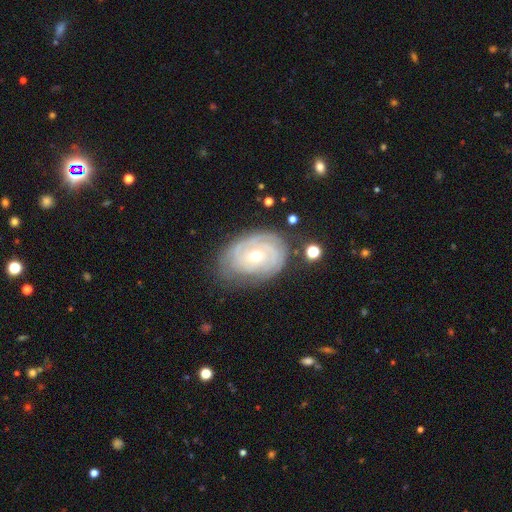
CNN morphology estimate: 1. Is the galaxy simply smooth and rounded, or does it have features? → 85% featured or disk, 9% smooth, 6% star or artifact.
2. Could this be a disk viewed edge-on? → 96% no, 4% yes.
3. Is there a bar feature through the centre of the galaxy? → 67% no, 27% weak, 7% strong.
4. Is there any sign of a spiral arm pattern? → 95% yes, 5% no.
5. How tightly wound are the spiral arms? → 80% tight, 17% medium, 4% loose.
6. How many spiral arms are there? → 32% can't tell, 26% 2, 23% 3, 9% 4, 5% 1, 5% more than 4.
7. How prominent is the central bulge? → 56% moderate, 41% small, 2% large, 1% none, 1% dominant.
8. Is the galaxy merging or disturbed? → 74% none, 19% minor disturbance, 6% major disturbance, 2% merger.